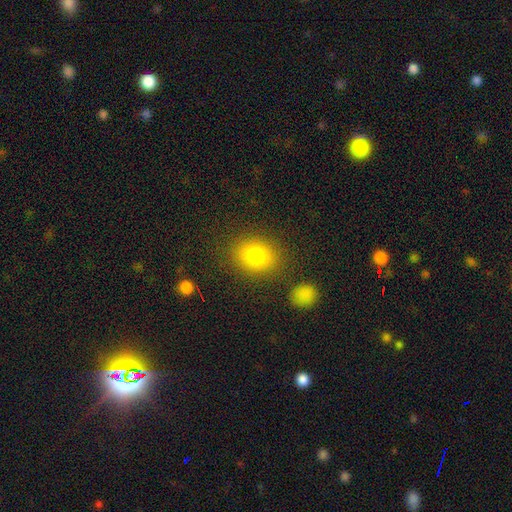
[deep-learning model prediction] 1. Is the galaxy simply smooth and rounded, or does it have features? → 81% smooth, 11% star or artifact, 8% featured or disk.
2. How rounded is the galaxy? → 51% round, 47% in between, 1% cigar-shaped.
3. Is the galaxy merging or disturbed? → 82% none, 10% minor disturbance, 4% merger, 4% major disturbance.